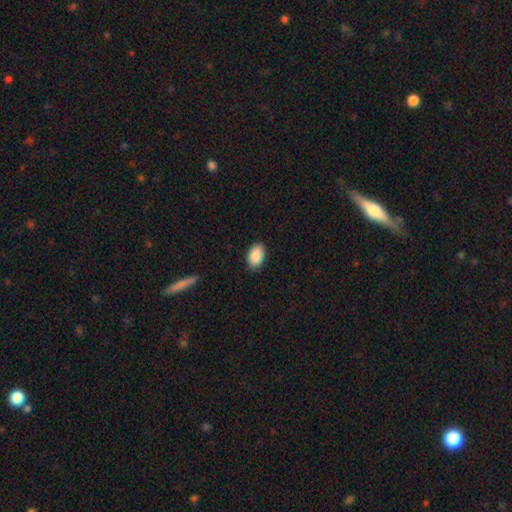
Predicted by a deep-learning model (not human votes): smooth 90%, star or artifact 7%, featured or disk 4%. Down the decision tree: how rounded — in between (91%); merging — none (88%).